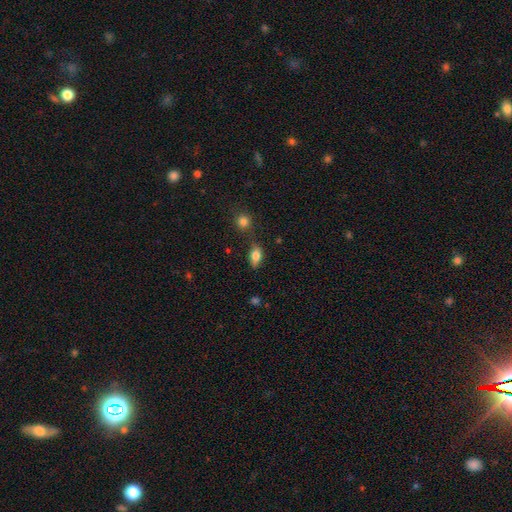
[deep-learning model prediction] A smooth galaxy with no disk features (75%) that is in between round and cigar-shaped (82%). Merging: none (64%).